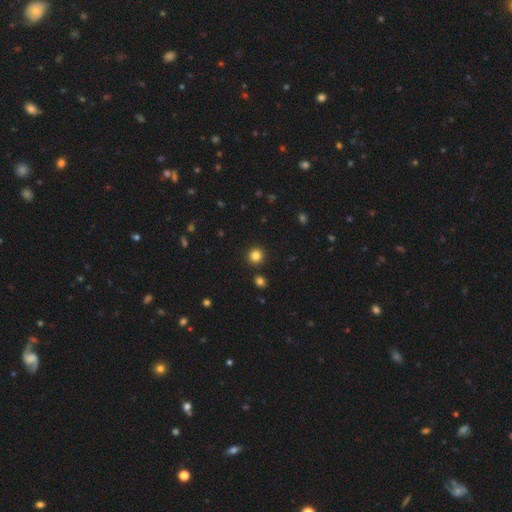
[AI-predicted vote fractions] The model was most divided on "smooth or featured": smooth: 83%, star or artifact: 13%, featured or disk: 4%. More confident: how rounded — round (94%); merging — none (91%).